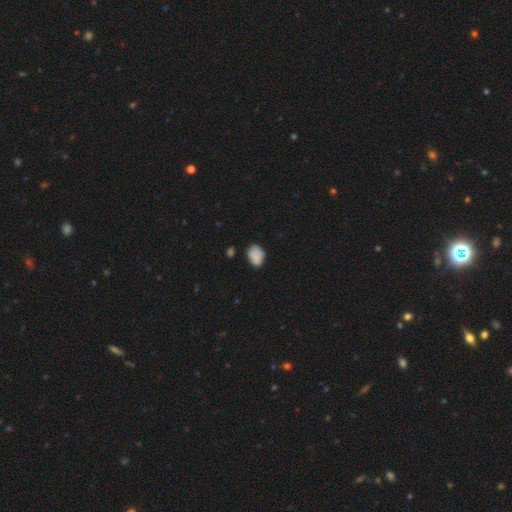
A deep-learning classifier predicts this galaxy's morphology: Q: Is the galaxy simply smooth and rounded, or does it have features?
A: smooth — 75%.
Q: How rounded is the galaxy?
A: in between — 73%.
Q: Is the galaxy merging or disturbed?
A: none — 55%.